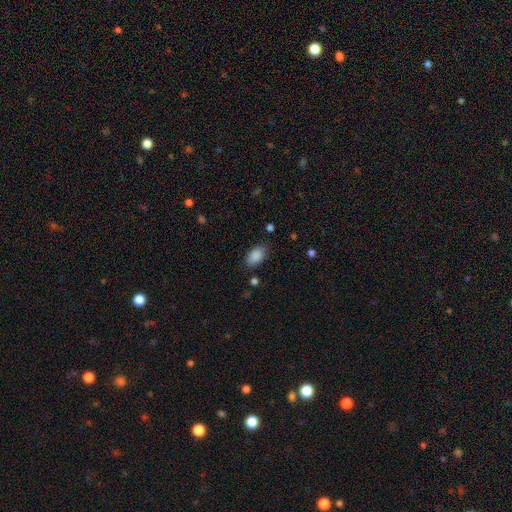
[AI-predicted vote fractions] Smooth or featured: smooth — 88% (star or artifact — 8%)
How rounded: in between — 92% (round — 7%)
Merging: none — 82% (minor disturbance — 13%)